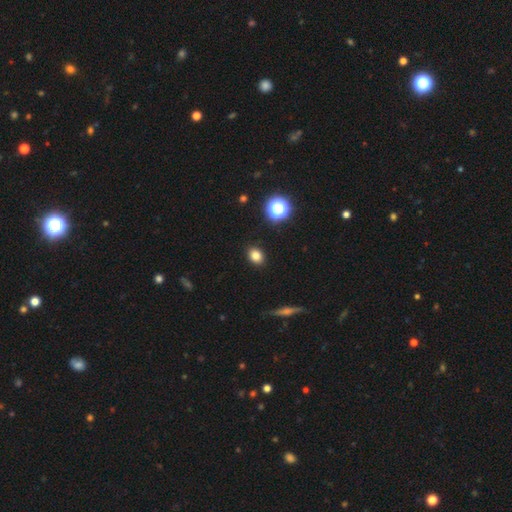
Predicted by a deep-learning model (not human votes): A smooth galaxy with no disk features (80%) that is in between round and cigar-shaped (58%). Merging: none (90%).